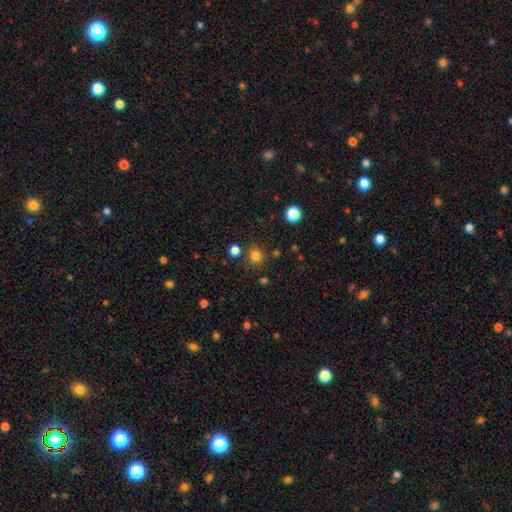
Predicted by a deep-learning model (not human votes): smooth-or-featured: smooth: 79% | star or artifact: 16% | featured or disk: 5%
  how-rounded: round: 83% | in between: 16% | cigar-shaped: 1%
  merging: none: 82% | minor disturbance: 8% | merger: 6% | major disturbance: 3%